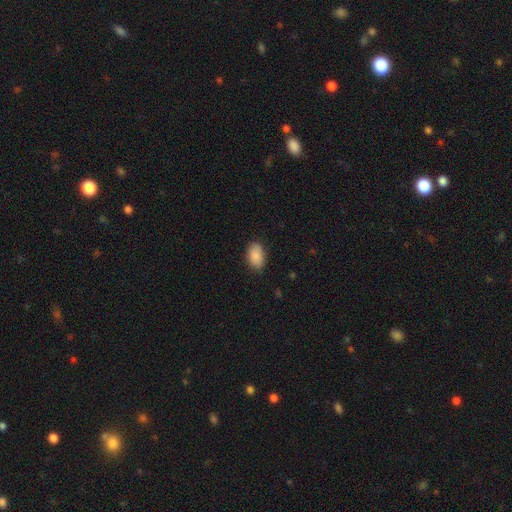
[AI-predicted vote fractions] smooth 89%, star or artifact 7%, featured or disk 5%. Down the decision tree: how rounded — in between (90%); merging — none (85%).